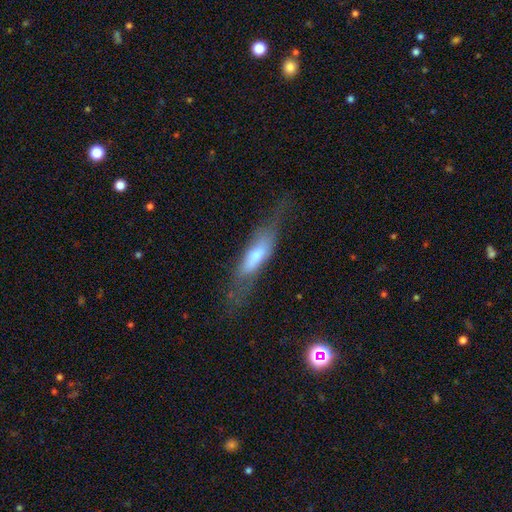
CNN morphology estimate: This is possibly a smooth galaxy (50%). How rounded: likely cigar-shaped (63%). Merging: possibly none (53%).